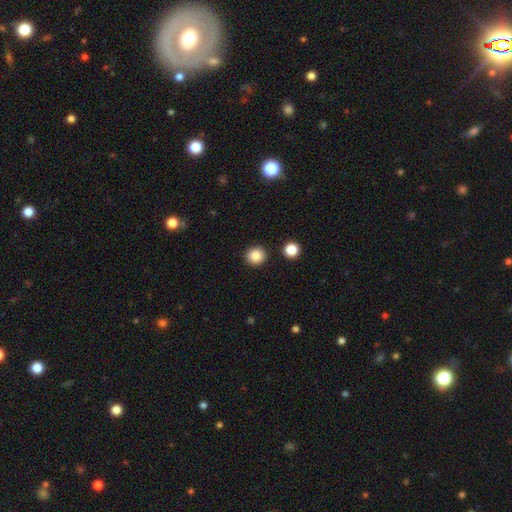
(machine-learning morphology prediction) type=smooth (86%); roundness=round (90%); merging=none (91%).